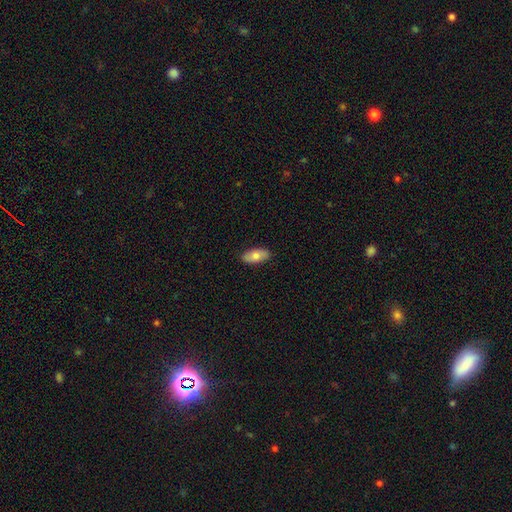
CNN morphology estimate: Overall: smooth (75%). How rounded: in between (91%). Merging: none (88%).